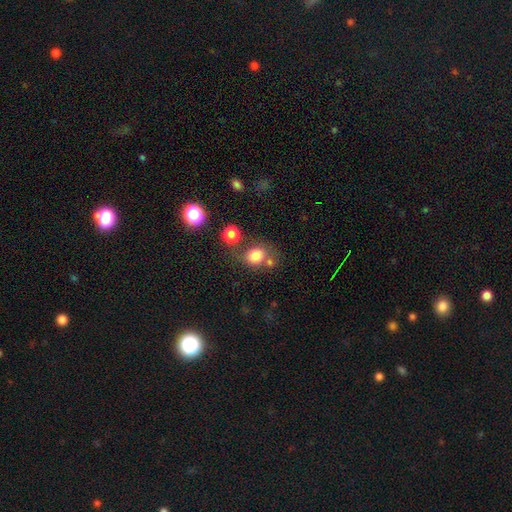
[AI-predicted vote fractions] Overall: smooth (79%). How rounded: round (71%). Merging: none (60%).